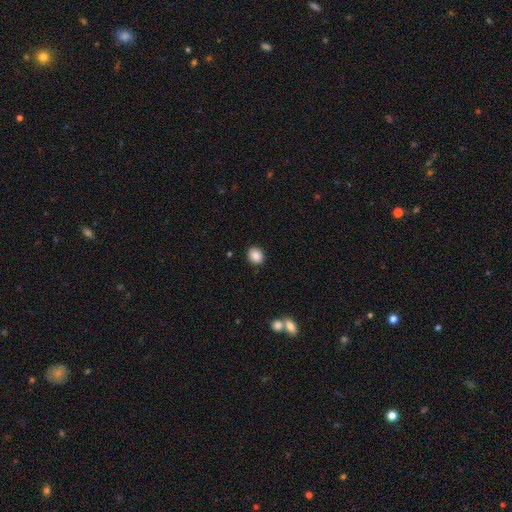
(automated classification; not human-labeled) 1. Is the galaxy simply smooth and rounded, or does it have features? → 88% smooth, 8% star or artifact, 3% featured or disk.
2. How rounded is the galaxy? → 60% round, 39% in between, 1% cigar-shaped.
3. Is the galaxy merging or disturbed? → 90% none, 7% minor disturbance, 2% major disturbance, 1% merger.